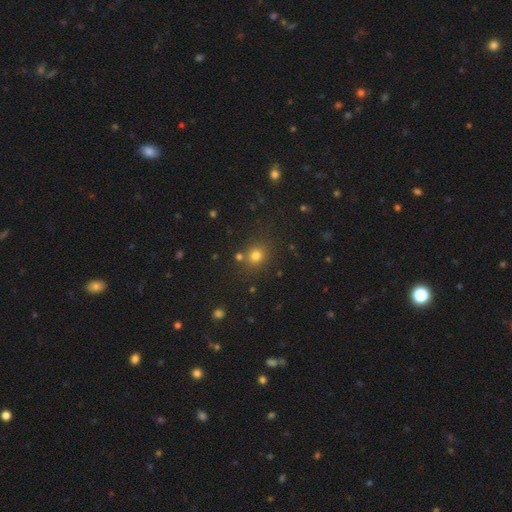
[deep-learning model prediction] smooth_or_featured: smooth (p=0.75) [alt: star or artifact p=0.18]
how_rounded: round (p=0.79) [alt: in between p=0.20]
merging: none (p=0.77) [alt: minor disturbance p=0.10]